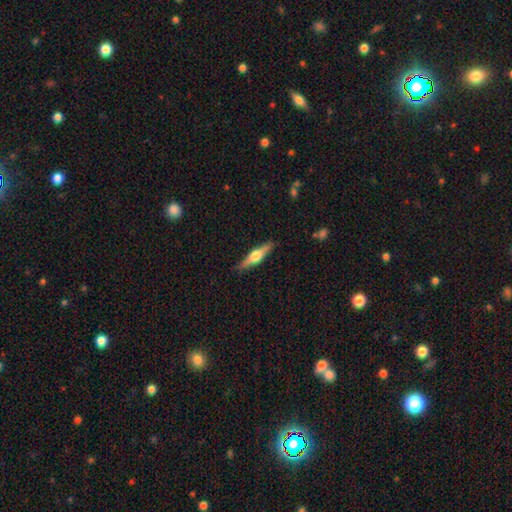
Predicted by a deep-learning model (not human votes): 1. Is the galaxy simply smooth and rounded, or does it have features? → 64% featured or disk, 30% smooth, 5% star or artifact.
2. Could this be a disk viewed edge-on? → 97% yes, 3% no.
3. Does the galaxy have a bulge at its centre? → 92% rounded, 5% boxy, 2% none.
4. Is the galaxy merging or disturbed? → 88% none, 9% minor disturbance, 2% major disturbance, 1% merger.